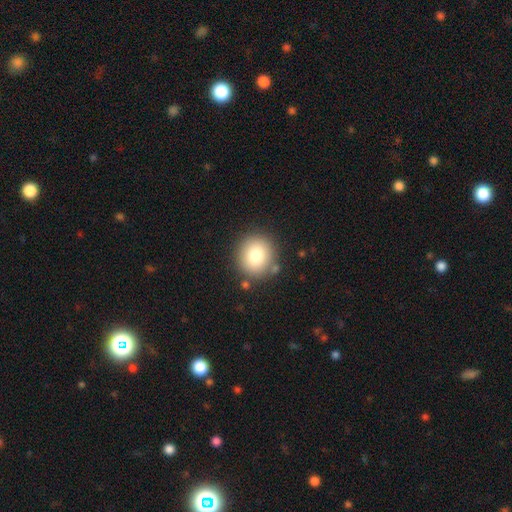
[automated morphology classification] type=smooth (79%); roundness=round (90%); merging=none (84%).